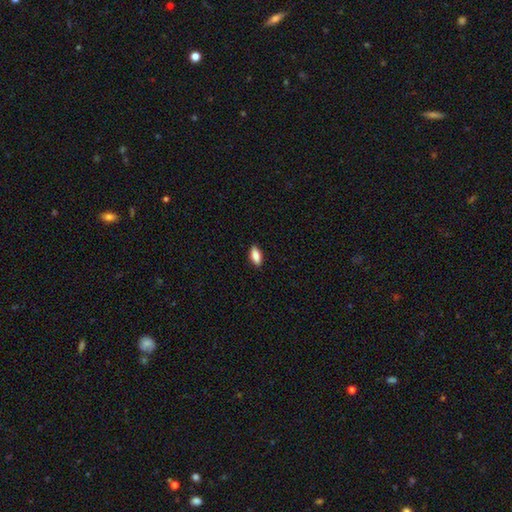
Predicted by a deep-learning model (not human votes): Morphology: type=smooth (87%); roundness=in between (86%); merging=none (89%).